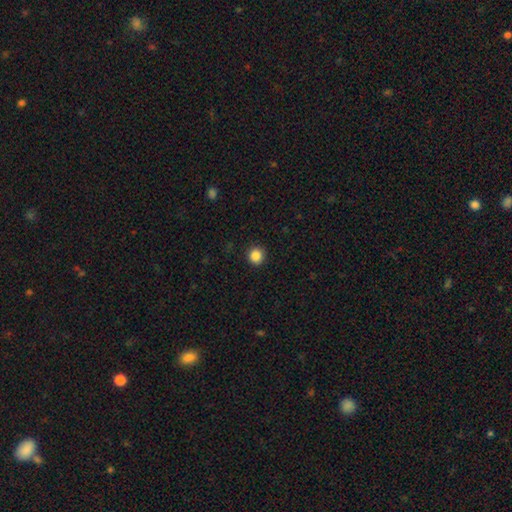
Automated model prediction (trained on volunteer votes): smooth-or-featured: smooth: 87% | star or artifact: 10% | featured or disk: 3%
  how-rounded: round: 93% | in between: 6% | cigar-shaped: 1%
  merging: none: 93% | minor disturbance: 5% | major disturbance: 2% | merger: 1%